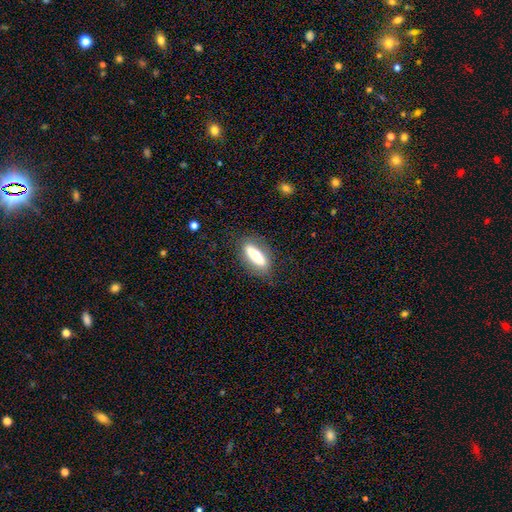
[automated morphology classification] Smooth or featured? smooth (60%)
How rounded? cigar-shaped (49%)
Merging? none (82%)